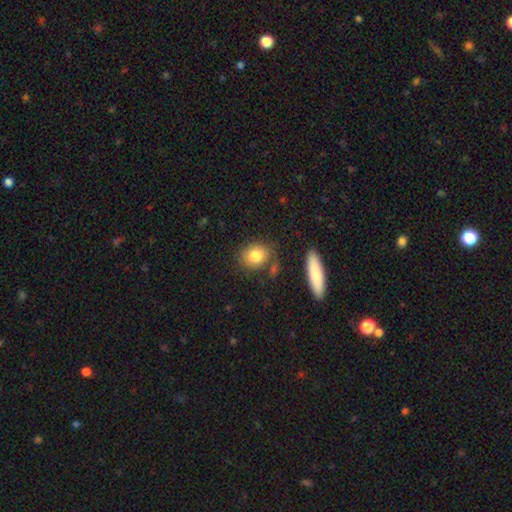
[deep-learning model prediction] The model was most divided on "how rounded": in between: 49%, round: 48%, cigar-shaped: 2%. More confident: smooth or featured — smooth (82%); merging — none (75%).